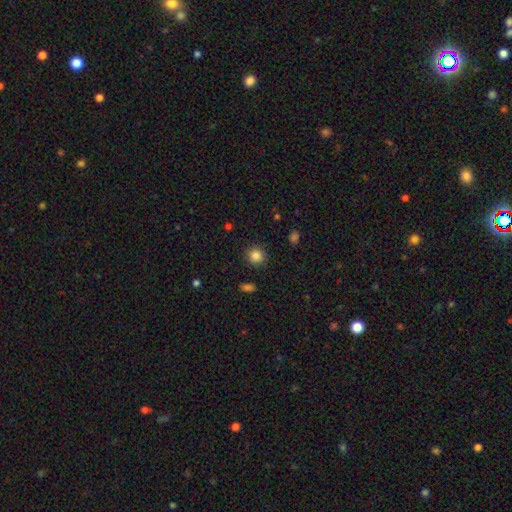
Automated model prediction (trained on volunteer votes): Q: Smooth or featured?
A: smooth (85%); runner-up: star or artifact (11%)
Q: How rounded?
A: round (92%); runner-up: in between (7%)
Q: Merging?
A: none (91%); runner-up: minor disturbance (6%)